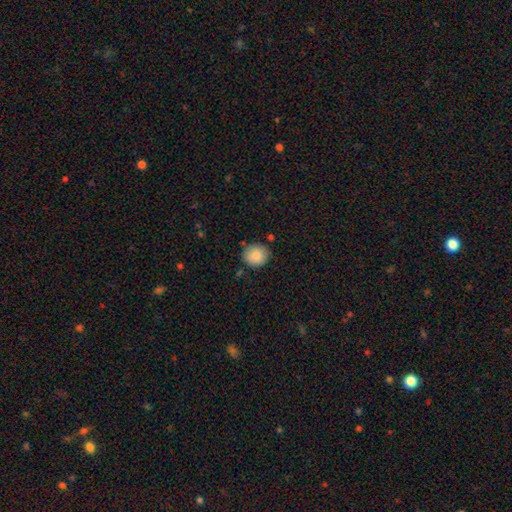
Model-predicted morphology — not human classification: A smooth galaxy with no disk features (88%) that is round (87%).

Vote fractions:
- Smooth or featured? smooth: 88% / star or artifact: 8% / featured or disk: 5%
- How rounded? round: 87% / in between: 12% / cigar-shaped: 1%
- Merging? none: 84% / minor disturbance: 11% / merger: 3% / major disturbance: 3%